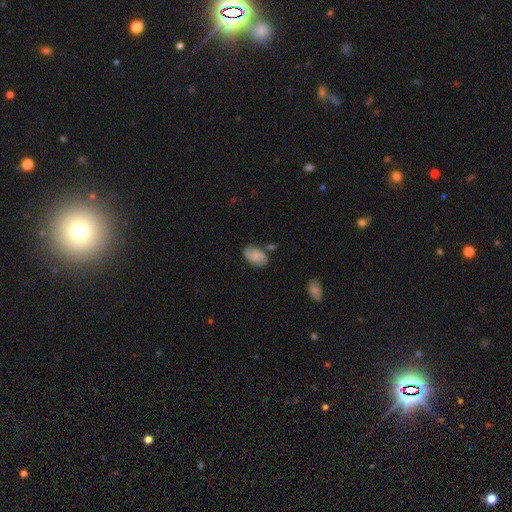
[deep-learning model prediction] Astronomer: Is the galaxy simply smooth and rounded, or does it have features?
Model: smooth — 54% (runner-up: featured or disk, 37%).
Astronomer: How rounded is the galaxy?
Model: in between — 89%.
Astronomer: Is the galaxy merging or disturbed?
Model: none — 68%.